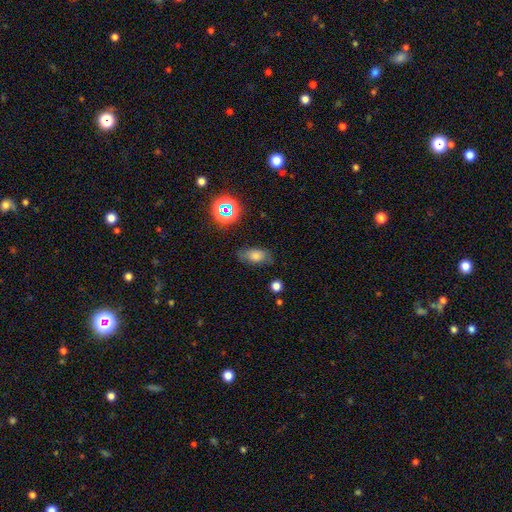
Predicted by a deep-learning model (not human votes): Smooth or featured: smooth — 70% (featured or disk — 16%)
How rounded: in between — 86% (round — 9%)
Merging: none — 72% (minor disturbance — 20%)